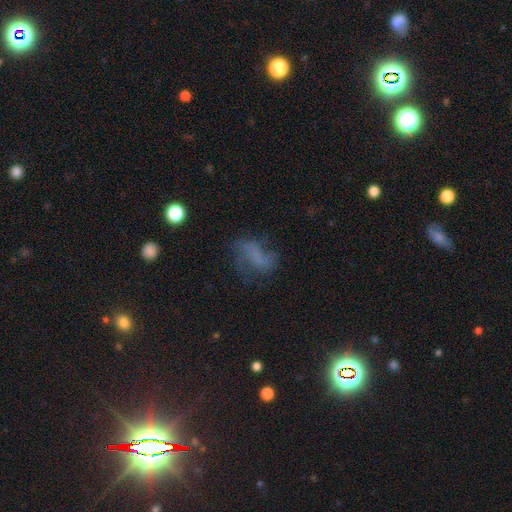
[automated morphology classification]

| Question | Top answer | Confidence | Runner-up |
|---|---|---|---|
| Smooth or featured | smooth | 43% | featured or disk (38%) |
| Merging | none | 48% | major disturbance (25%) |